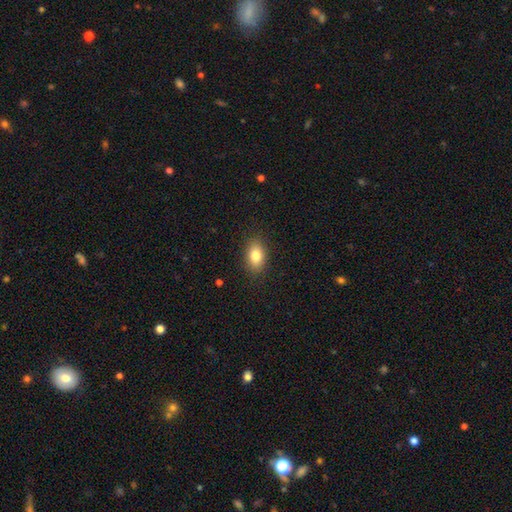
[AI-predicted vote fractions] Smooth or featured? smooth (82%)
How rounded? in between (85%)
Merging? none (87%)